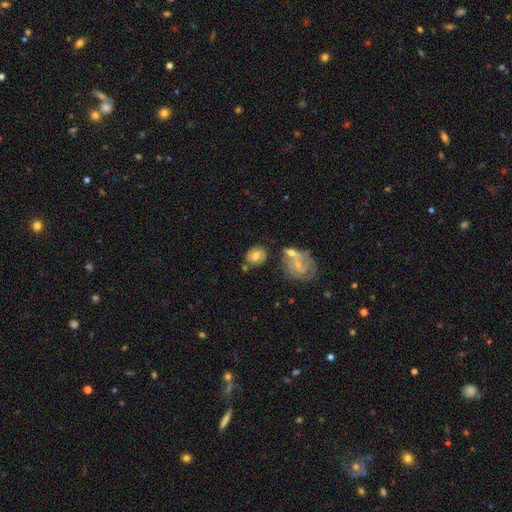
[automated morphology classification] smooth-or-featured: smooth: 49% | featured or disk: 43% | star or artifact: 9%
  merging: none: 65% | minor disturbance: 16% | merger: 14% | major disturbance: 5%